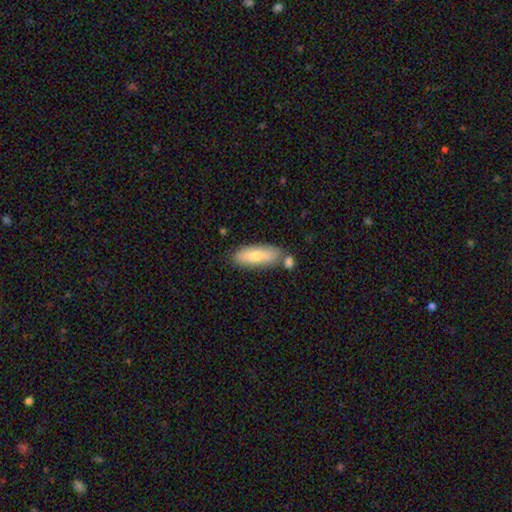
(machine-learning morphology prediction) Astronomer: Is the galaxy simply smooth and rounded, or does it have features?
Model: smooth — 74%.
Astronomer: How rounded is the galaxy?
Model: in between — 64%.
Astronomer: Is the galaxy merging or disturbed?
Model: none — 67%.